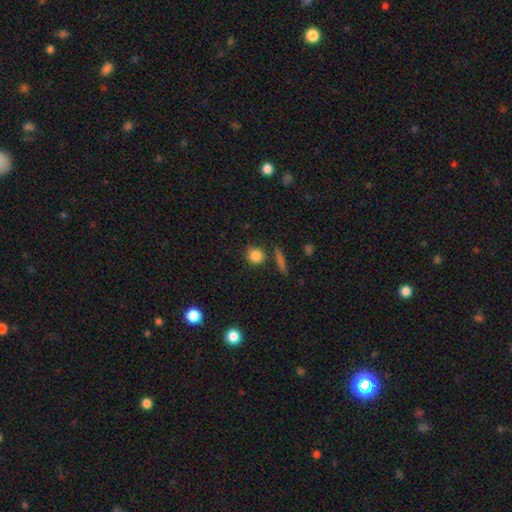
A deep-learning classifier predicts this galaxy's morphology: smooth-or-featured: smooth: 83% | star or artifact: 10% | featured or disk: 7%
  how-rounded: round: 88% | in between: 9% | cigar-shaped: 3%
  merging: none: 77% | minor disturbance: 12% | merger: 7% | major disturbance: 4%